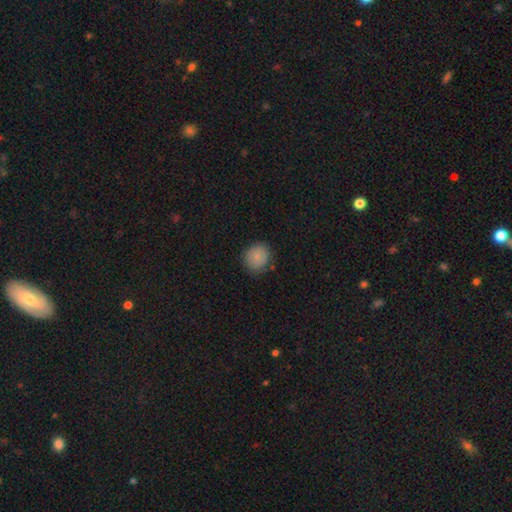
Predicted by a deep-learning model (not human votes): smooth-or-featured: smooth: 82% | featured or disk: 9% | star or artifact: 9%
  how-rounded: round: 82% | in between: 17% | cigar-shaped: 1%
  merging: none: 80% | minor disturbance: 15% | major disturbance: 3% | merger: 1%